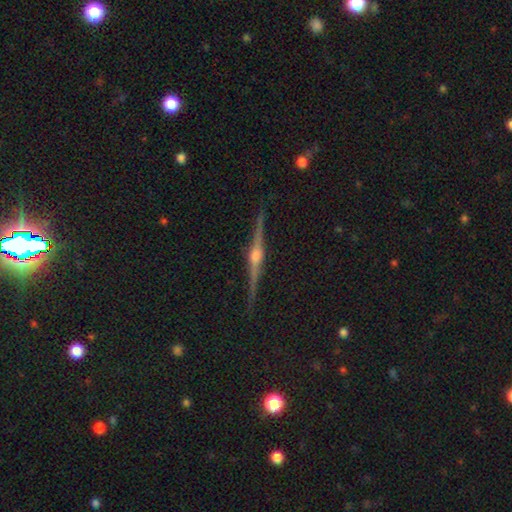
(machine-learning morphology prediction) This appears to be a featured or disk galaxy (89%) viewed edge-on (99%) with a rounded central bulge (93%). Merging: none (92%).